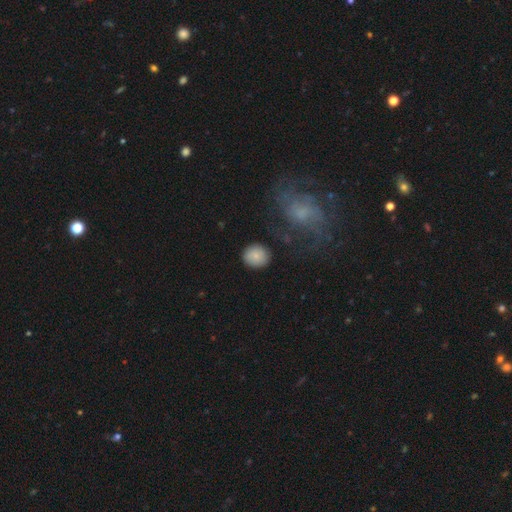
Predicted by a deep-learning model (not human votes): Smooth or featured? Predicted: smooth (p=0.81). How rounded? Predicted: round (p=0.82). Merging? Predicted: none (p=0.83).